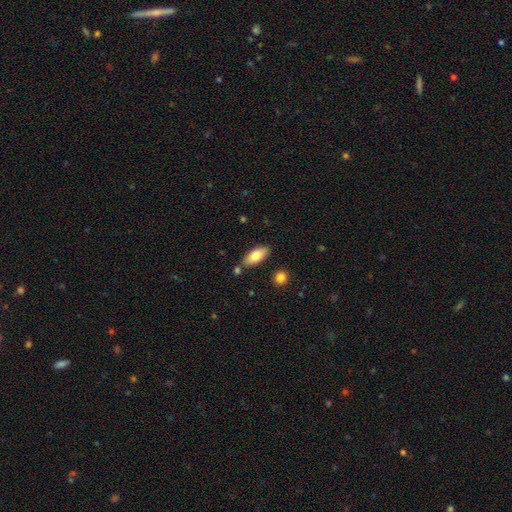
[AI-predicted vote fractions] A smooth galaxy with no disk features (79%) that is in between round and cigar-shaped (85%). Merging: none (80%).